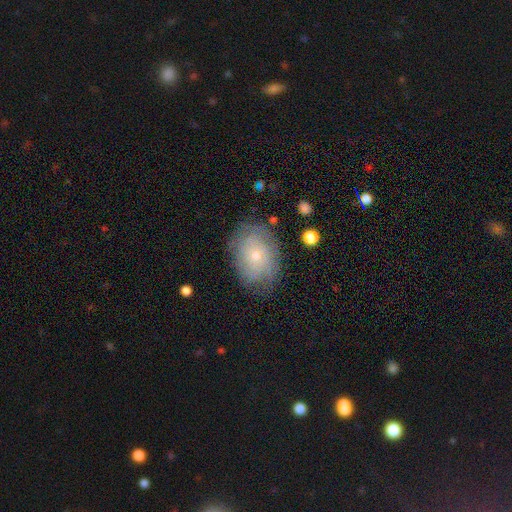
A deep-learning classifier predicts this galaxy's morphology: A featured or disk galaxy (50%).

Vote fractions:
- Smooth or featured? featured or disk: 50% / smooth: 41% / star or artifact: 9%
- Edge-on disk? no: 95% / yes: 5%
- Merging? none: 72% / minor disturbance: 19% / major disturbance: 7% / merger: 1%